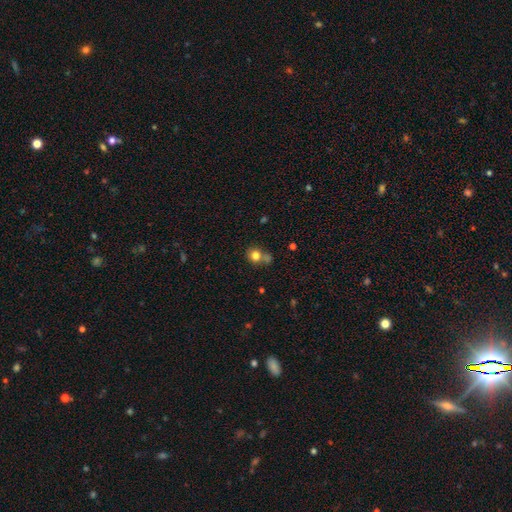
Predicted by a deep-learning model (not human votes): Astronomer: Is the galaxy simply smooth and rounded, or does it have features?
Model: smooth — 80%.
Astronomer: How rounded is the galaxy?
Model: round — 81%.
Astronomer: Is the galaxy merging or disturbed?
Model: none — 54%.